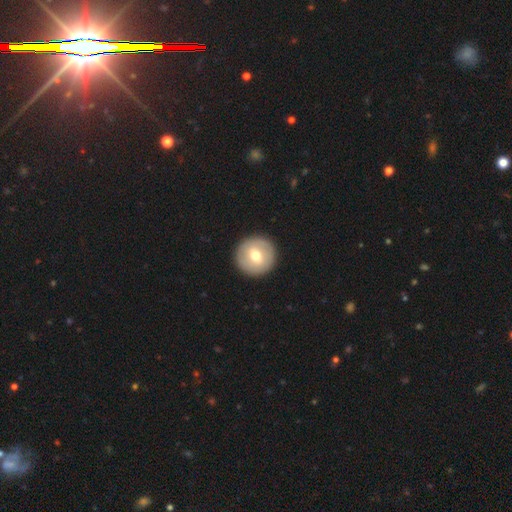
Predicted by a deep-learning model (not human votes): smooth-or-featured: smooth: 63% | featured or disk: 30% | star or artifact: 6%
  how-rounded: round: 95% | in between: 4% | cigar-shaped: 1%
  merging: none: 92% | minor disturbance: 6% | major disturbance: 2% | merger: 1%